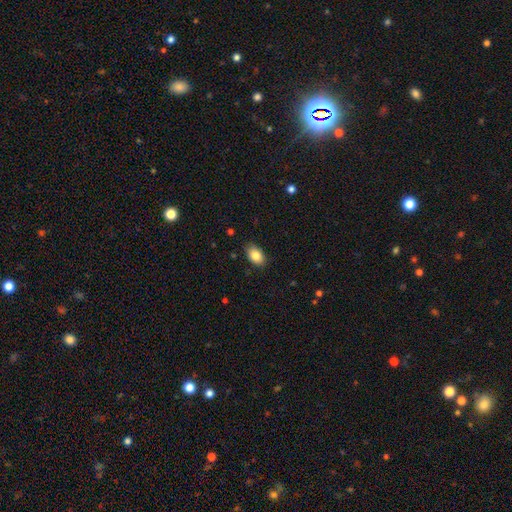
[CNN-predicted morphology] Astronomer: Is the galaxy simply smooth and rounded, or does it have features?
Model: smooth — 84%.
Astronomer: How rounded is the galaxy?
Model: in between — 91%.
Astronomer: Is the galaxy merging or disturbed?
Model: none — 85%.